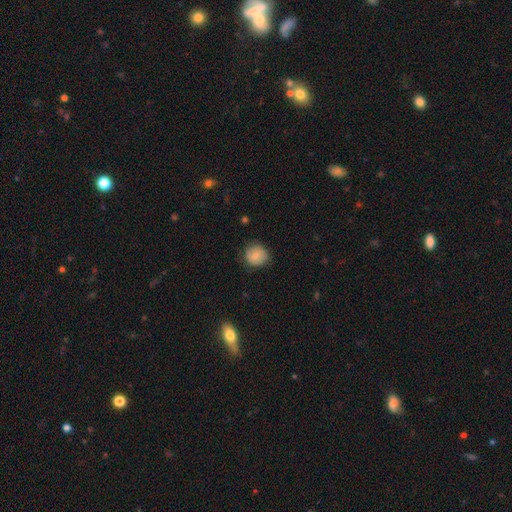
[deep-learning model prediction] A smooth galaxy with no disk features (74%) that is round (84%). Merging: none (74%).